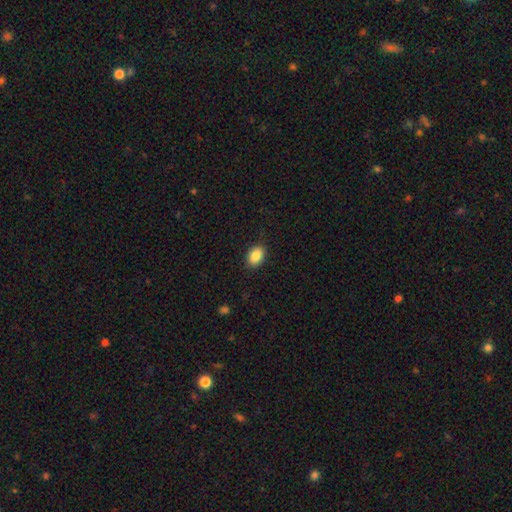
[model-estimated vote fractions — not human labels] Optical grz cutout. It shows a smooth galaxy with no disk features (86%) that is in between round and cigar-shaped (74%). Merging: none (88%).